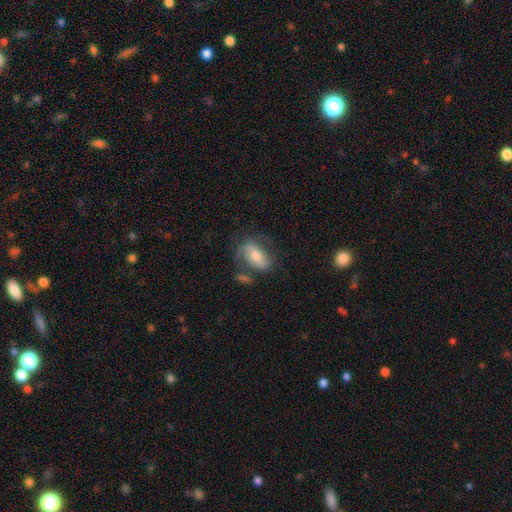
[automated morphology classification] smooth_or_featured: featured or disk (p=0.50) [alt: smooth p=0.42]
disk_edge_on: no (p=0.88) [alt: yes p=0.12]
merging: none (p=0.54) [alt: minor disturbance p=0.22]